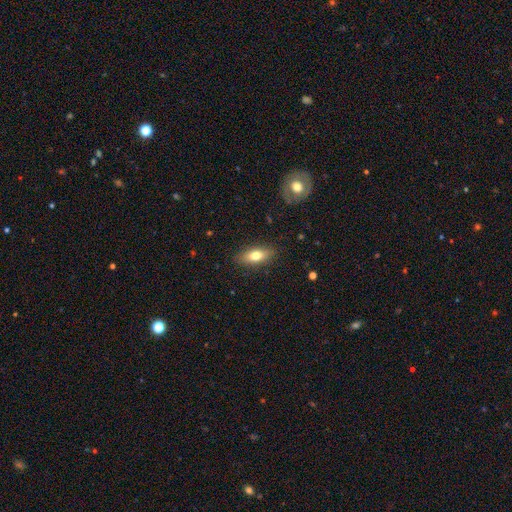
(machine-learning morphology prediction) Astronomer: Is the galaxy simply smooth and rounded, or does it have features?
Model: smooth — 73%.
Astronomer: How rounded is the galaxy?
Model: in between — 77%.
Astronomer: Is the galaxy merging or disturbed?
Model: none — 86%.